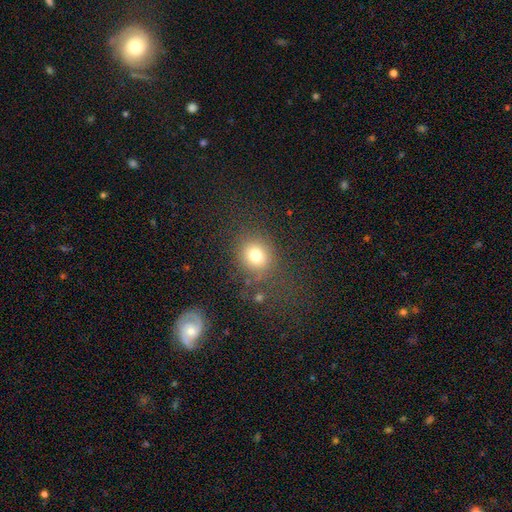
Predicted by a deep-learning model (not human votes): A smooth galaxy with no disk features (77%) that is round (75%).

Vote fractions:
- Smooth or featured? smooth: 77% / star or artifact: 14% / featured or disk: 9%
- How rounded? round: 75% / in between: 24% / cigar-shaped: 1%
- Merging? none: 73% / minor disturbance: 13% / major disturbance: 10% / merger: 5%